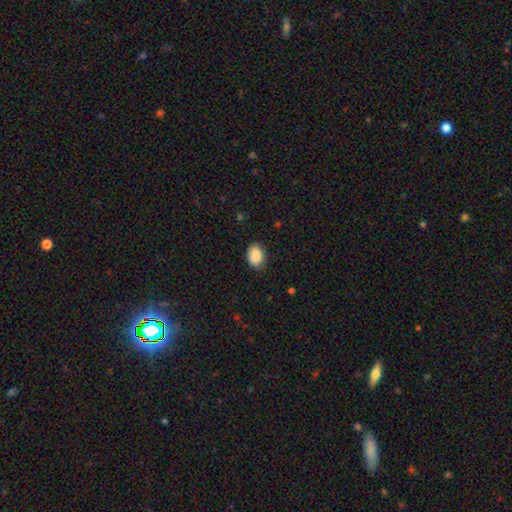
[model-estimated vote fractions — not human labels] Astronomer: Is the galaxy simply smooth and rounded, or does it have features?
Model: smooth — 87%.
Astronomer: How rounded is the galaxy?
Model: in between — 77%.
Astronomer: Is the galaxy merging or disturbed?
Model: none — 80%.